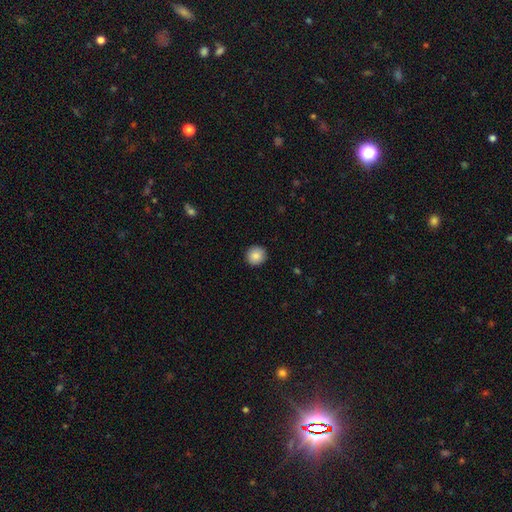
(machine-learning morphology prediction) Smooth or featured: smooth — 88% (star or artifact — 8%)
How rounded: round — 93% (in between — 6%)
Merging: none — 92% (minor disturbance — 6%)